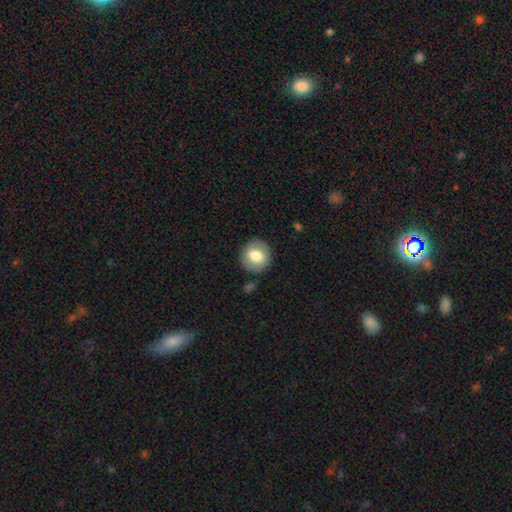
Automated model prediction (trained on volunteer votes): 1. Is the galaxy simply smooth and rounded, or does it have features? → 76% smooth, 17% featured or disk, 7% star or artifact.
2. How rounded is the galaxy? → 85% round, 14% in between, 1% cigar-shaped.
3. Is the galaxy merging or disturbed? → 86% none, 9% minor disturbance, 3% major disturbance, 2% merger.